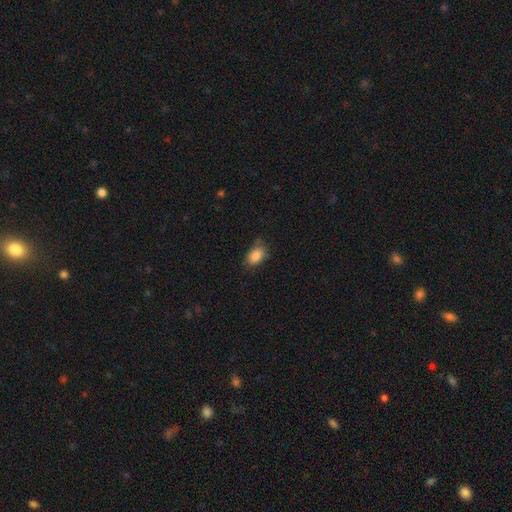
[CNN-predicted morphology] Overall: smooth (86%). How rounded: in between (85%). Merging: none (68%).